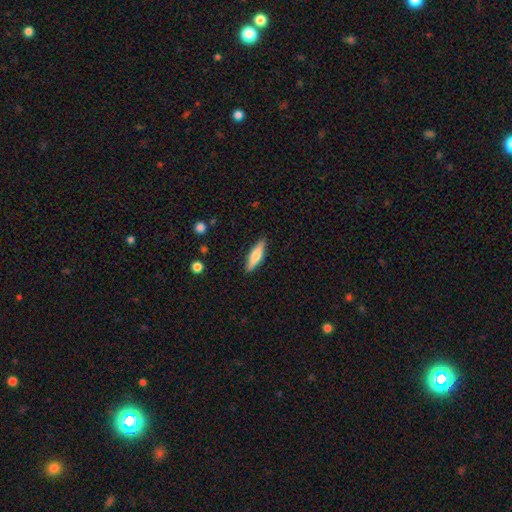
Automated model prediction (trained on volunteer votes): A smooth galaxy with no disk features (62%) that is cigar-shaped (69%).

Vote fractions:
- Smooth or featured? smooth: 62% / featured or disk: 33% / star or artifact: 6%
- How rounded? cigar-shaped: 69% / in between: 29% / round: 2%
- Merging? none: 89% / minor disturbance: 8% / major disturbance: 2% / merger: 1%